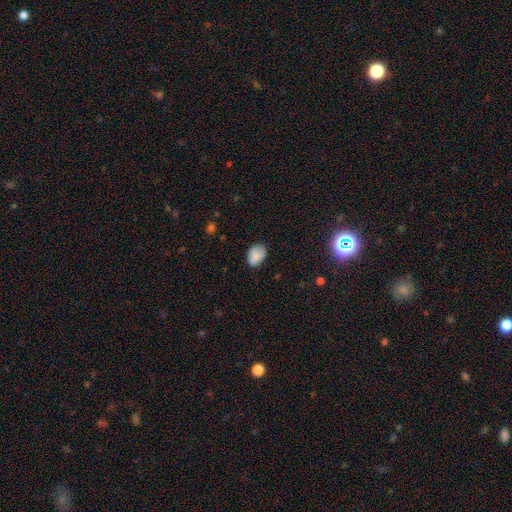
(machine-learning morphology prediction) type=smooth (83%); roundness=in between (80%); merging=none (69%).